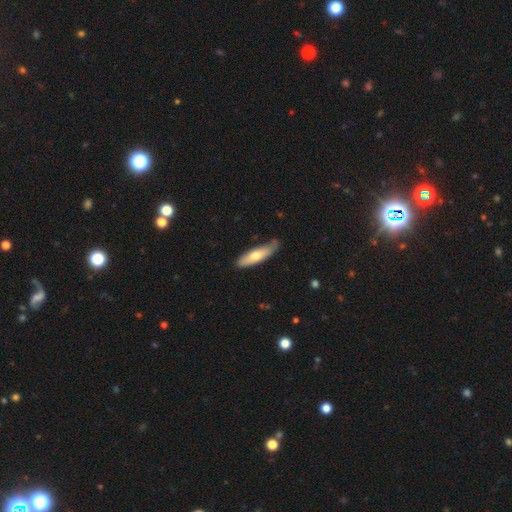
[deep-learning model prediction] Smooth or featured? smooth (63%)
How rounded? cigar-shaped (67%)
Merging? none (71%)